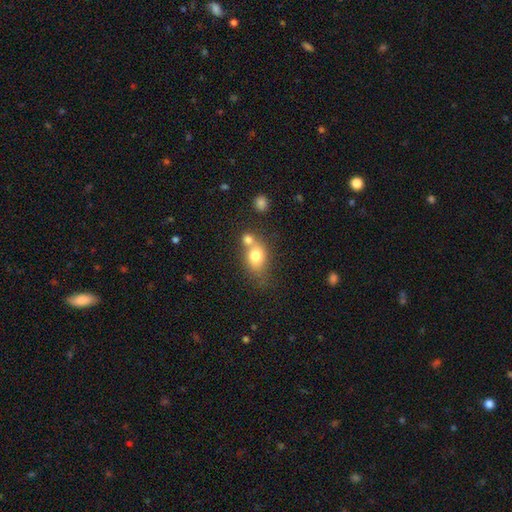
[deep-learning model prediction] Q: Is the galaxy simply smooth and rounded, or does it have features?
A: smooth — 75%.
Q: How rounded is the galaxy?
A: in between — 56%.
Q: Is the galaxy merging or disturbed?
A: merger — 48%.